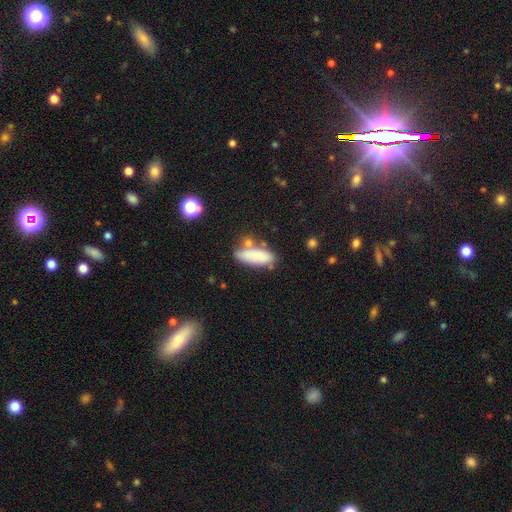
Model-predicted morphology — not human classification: smooth 79%, featured or disk 13%, star or artifact 8%. Down the decision tree: how rounded — in between (63%); merging — none (59%).